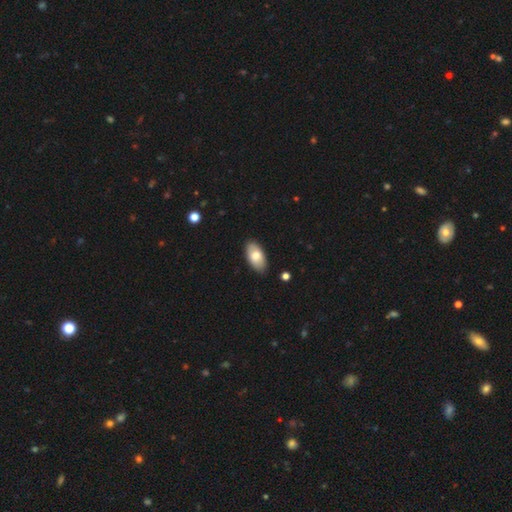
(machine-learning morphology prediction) This is likely a smooth galaxy (77%). How rounded: clearly in between (94%). Merging: clearly none (87%).